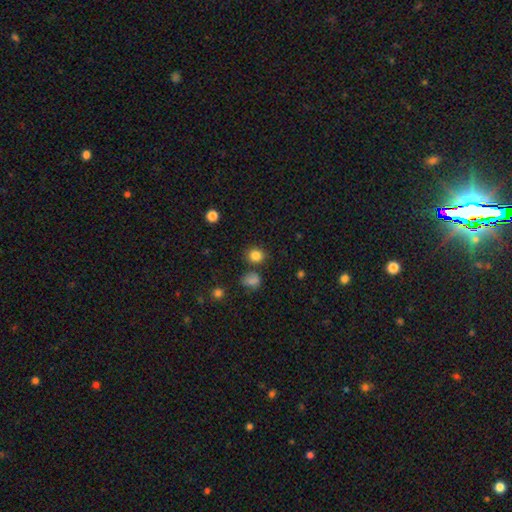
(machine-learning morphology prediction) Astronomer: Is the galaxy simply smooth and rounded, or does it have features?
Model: smooth — 83%.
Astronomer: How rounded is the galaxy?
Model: round — 79%.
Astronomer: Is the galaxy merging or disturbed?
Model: none — 79%.